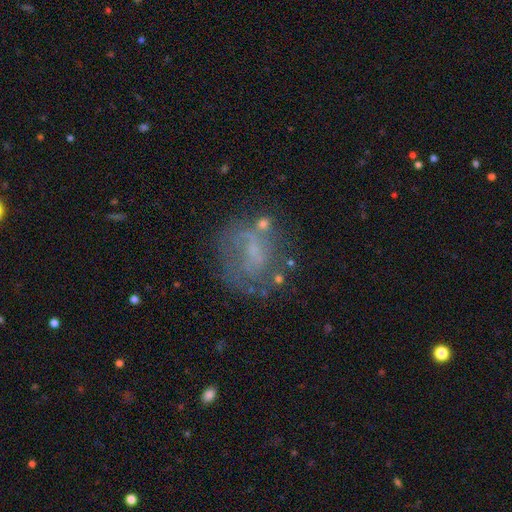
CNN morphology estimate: Smooth or featured?
  - featured or disk: 58% *
  - smooth: 28%
  - star or artifact: 14%
Edge-on disk?
  - no: 98% *
  - yes: 2%
Bar?
  - no: 57% *
  - weak: 34%
  - strong: 9%
Spiral arms?
  - yes: 53% *
  - no: 47%
Bulge size?
  - none: 46% *
  - small: 33%
  - moderate: 17%
  - large: 3%
  - dominant: 1%
Merging?
  - none: 48% *
  - major disturbance: 24%
  - minor disturbance: 21%
  - merger: 7%